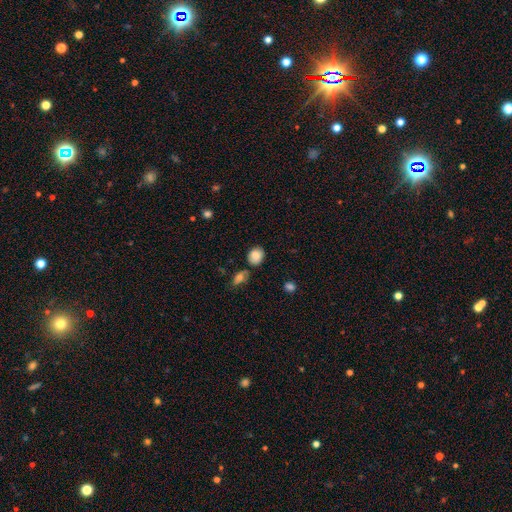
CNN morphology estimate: Q: Smooth or featured?
A: smooth (85%); runner-up: star or artifact (9%)
Q: How rounded?
A: in between (50%); runner-up: round (49%)
Q: Merging?
A: none (69%); runner-up: minor disturbance (19%)